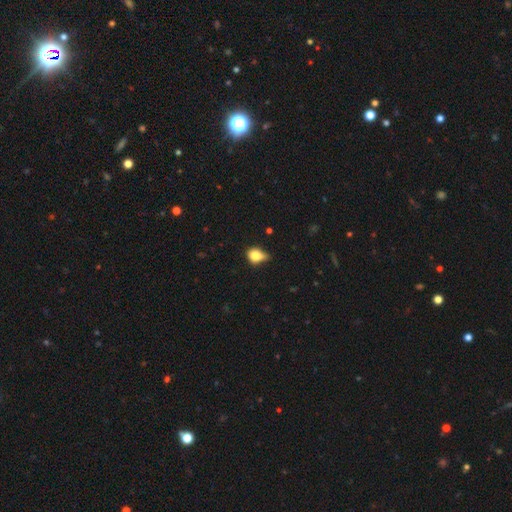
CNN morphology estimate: Smooth or featured? Predicted: smooth (p=0.80). How rounded? Predicted: in between (p=0.60). Merging? Predicted: minor disturbance (p=0.48).